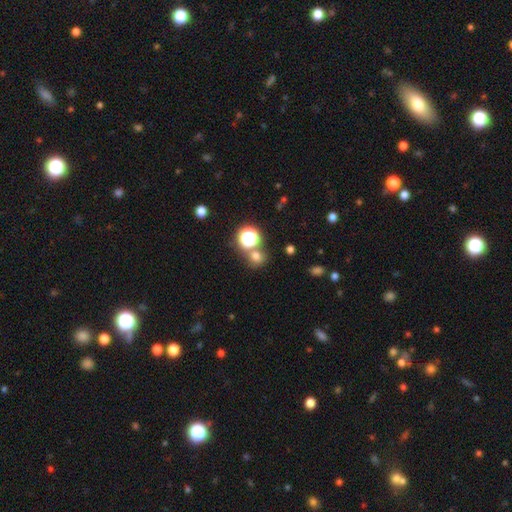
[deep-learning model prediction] Q: Smooth or featured?
A: smooth (67%); runner-up: star or artifact (26%)
Q: How rounded?
A: round (83%); runner-up: in between (16%)
Q: Merging?
A: none (67%); runner-up: merger (21%)